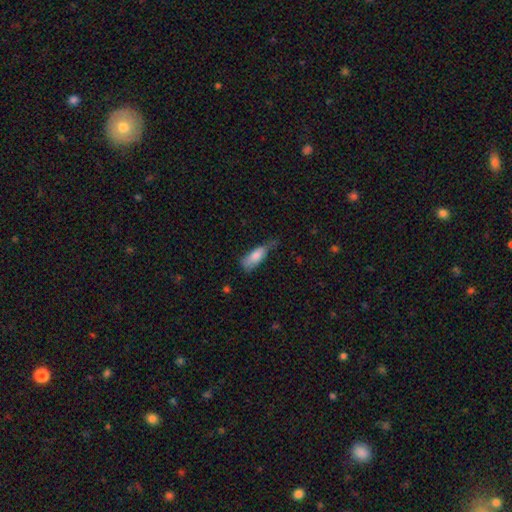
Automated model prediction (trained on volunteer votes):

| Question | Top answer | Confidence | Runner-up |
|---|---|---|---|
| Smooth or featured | smooth | 78% | featured or disk (15%) |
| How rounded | in between | 65% | cigar-shaped (32%) |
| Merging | minor disturbance | 42% | none (39%) |